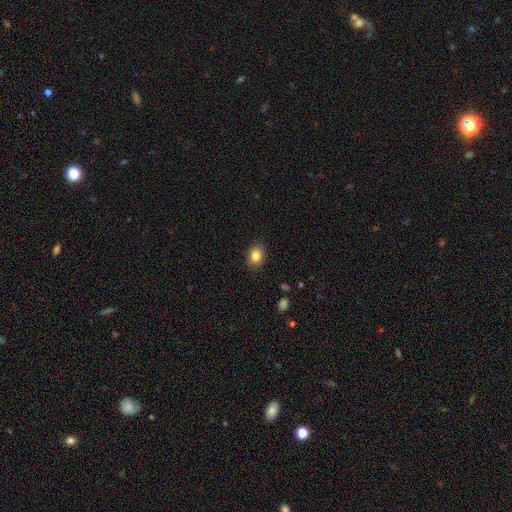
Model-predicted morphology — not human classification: type=smooth (83%); roundness=in between (66%); merging=none (88%).